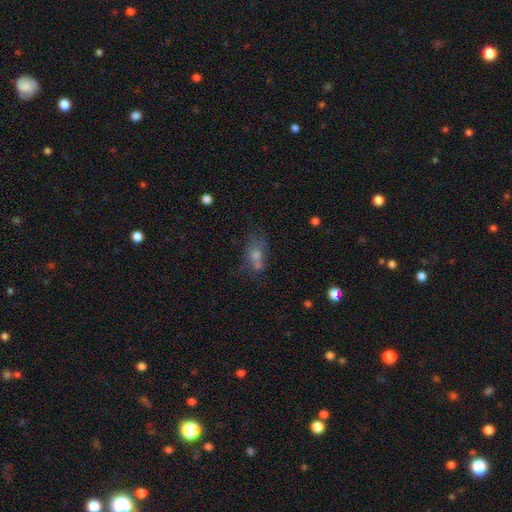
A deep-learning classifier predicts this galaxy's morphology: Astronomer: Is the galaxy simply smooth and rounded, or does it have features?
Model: smooth — 53%.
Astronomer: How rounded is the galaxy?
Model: in between — 70%.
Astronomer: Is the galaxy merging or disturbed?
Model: none — 43% (runner-up: minor disturbance, 21%).